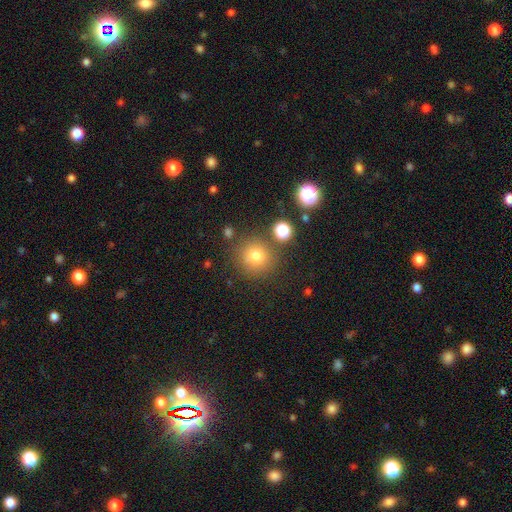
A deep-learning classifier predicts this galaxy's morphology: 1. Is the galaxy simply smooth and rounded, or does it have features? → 76% smooth, 15% star or artifact, 9% featured or disk.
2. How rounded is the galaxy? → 92% round, 7% in between, 1% cigar-shaped.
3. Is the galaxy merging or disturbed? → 80% none, 9% minor disturbance, 7% merger, 4% major disturbance.